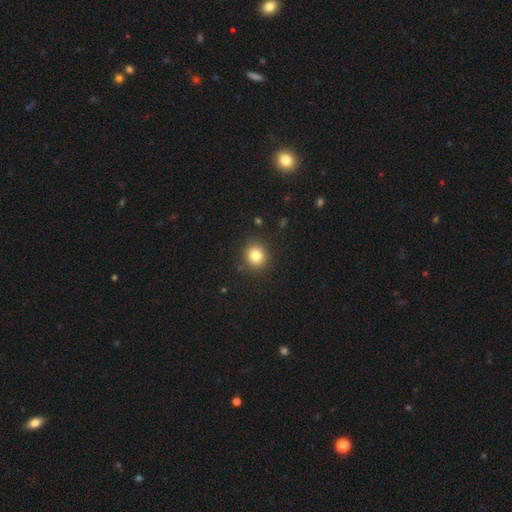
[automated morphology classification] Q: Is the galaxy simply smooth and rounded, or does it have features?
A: smooth — 82%.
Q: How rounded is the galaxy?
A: round — 79%.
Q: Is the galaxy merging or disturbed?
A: none — 88%.